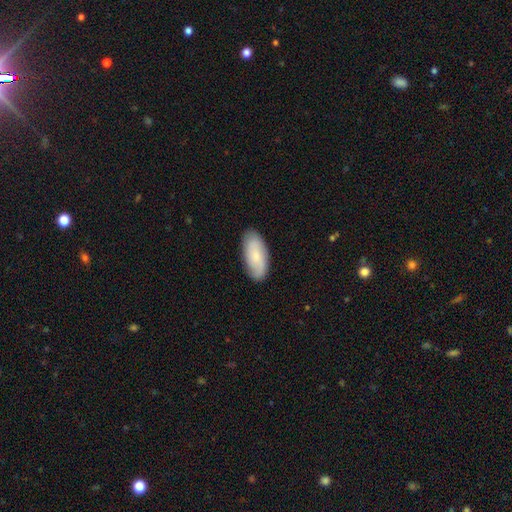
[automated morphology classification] Smooth or featured? smooth (68%)
How rounded? in between (89%)
Merging? none (85%)